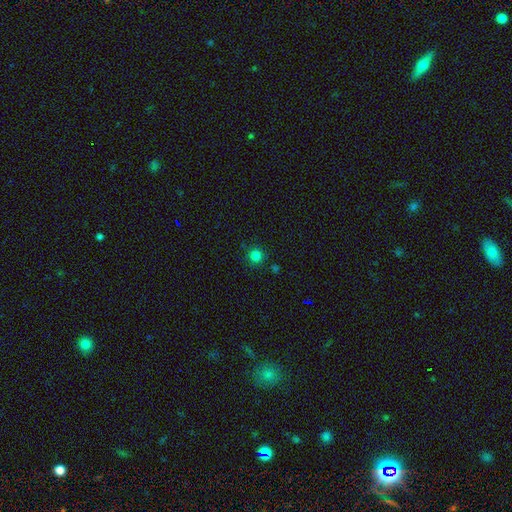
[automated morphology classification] Q: Smooth or featured?
A: smooth (81%); runner-up: star or artifact (15%)
Q: How rounded?
A: round (95%); runner-up: in between (4%)
Q: Merging?
A: none (88%); runner-up: minor disturbance (7%)